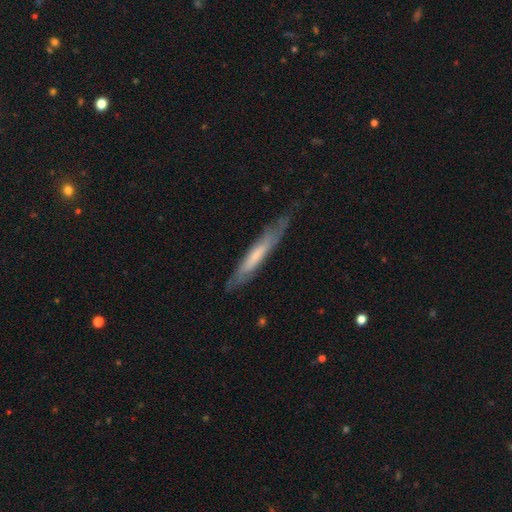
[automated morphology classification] Smooth or featured: featured or disk — 52% (smooth — 42%)
Edge-on disk: yes — 74% (no — 26%)
Merging: none — 73% (minor disturbance — 20%)